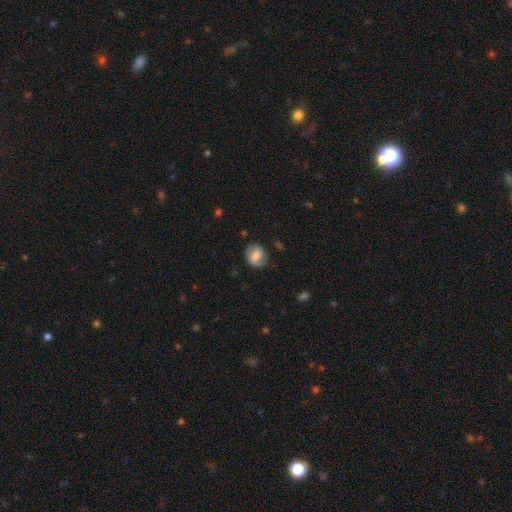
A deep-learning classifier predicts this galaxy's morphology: smooth_or_featured: smooth (p=0.56) [alt: featured or disk p=0.36]
how_rounded: round (p=0.58) [alt: in between p=0.41]
merging: none (p=0.73) [alt: minor disturbance p=0.20]